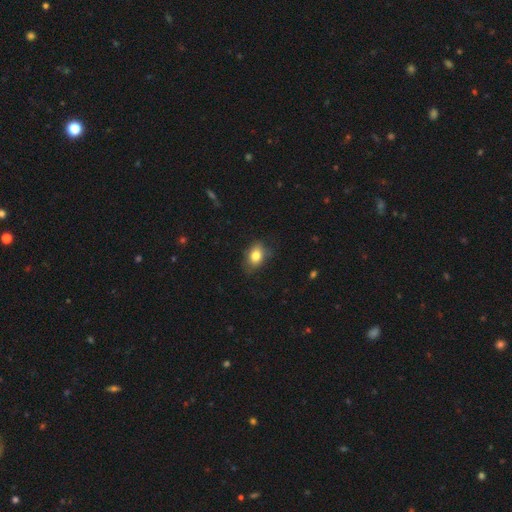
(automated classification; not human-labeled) Smooth or featured? smooth (81%)
How rounded? in between (77%)
Merging? none (71%)